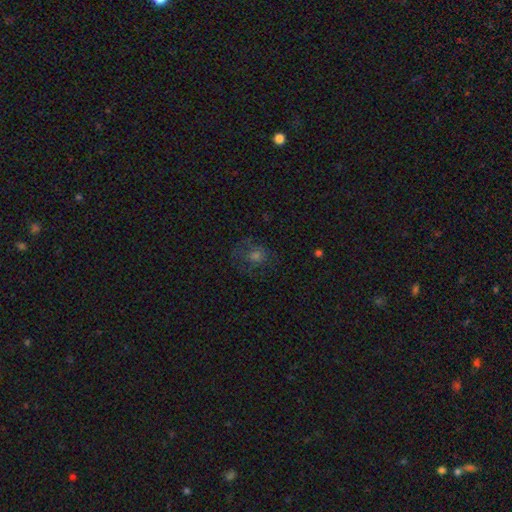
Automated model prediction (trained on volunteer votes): smooth_or_featured: smooth (p=0.46) [alt: star or artifact p=0.28]
merging: none (p=0.66) [alt: minor disturbance p=0.18]